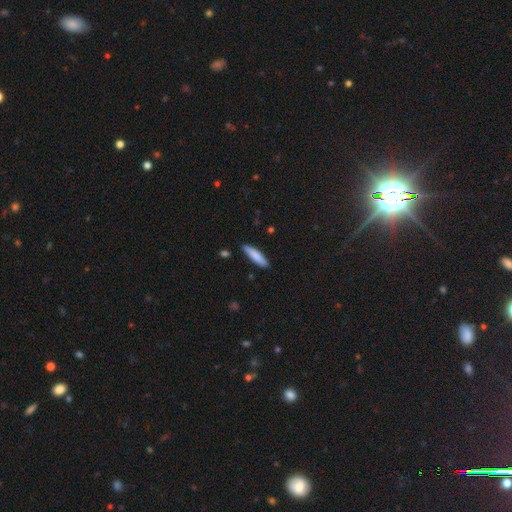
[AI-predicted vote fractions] This appears to be a smooth galaxy with no disk features (82%) that is cigar-shaped (78%). Merging: none (85%).